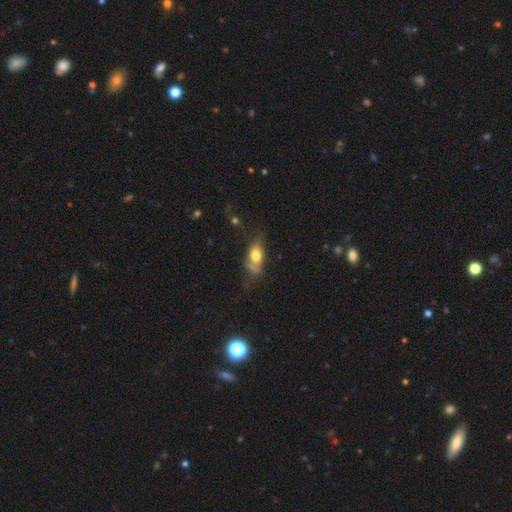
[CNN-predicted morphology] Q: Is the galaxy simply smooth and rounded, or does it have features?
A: smooth — 66%.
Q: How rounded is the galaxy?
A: in between — 76%.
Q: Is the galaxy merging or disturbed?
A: none — 34%.